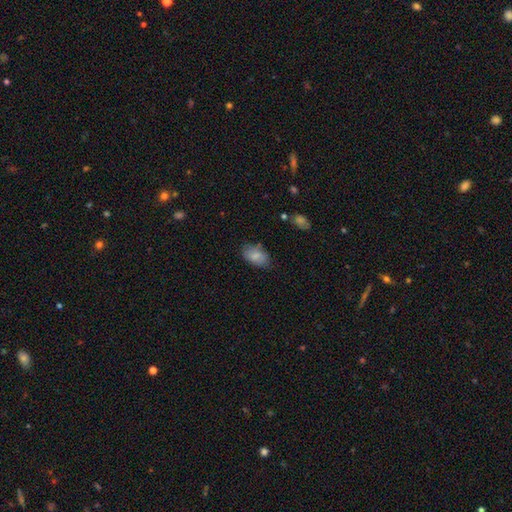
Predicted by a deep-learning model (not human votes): This is clearly a smooth galaxy (83%). How rounded: clearly in between (92%). Merging: likely none (74%).